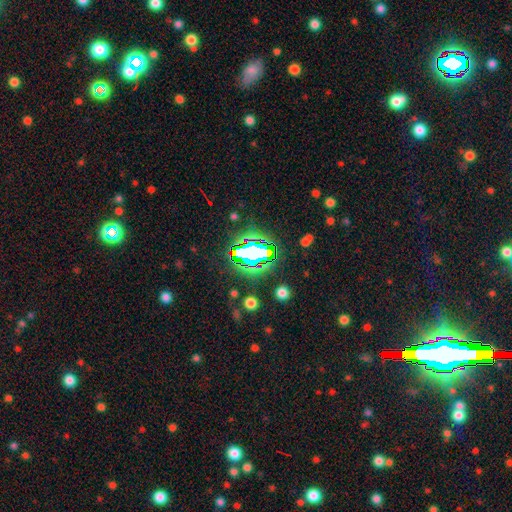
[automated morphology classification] The model was most divided on "smooth or featured": star or artifact: 67%, smooth: 21%, featured or disk: 13%.